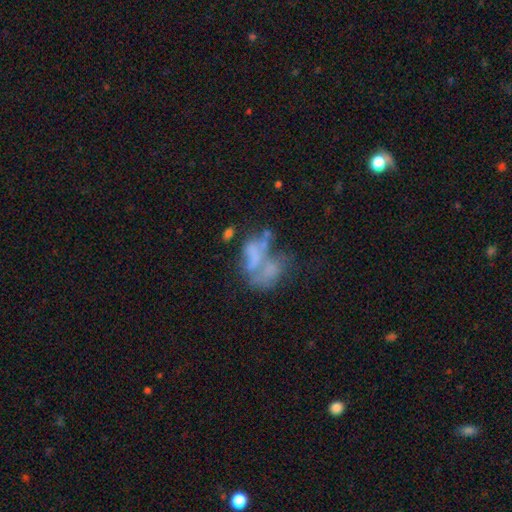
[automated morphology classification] smooth-or-featured: featured or disk: 49% | smooth: 36% | star or artifact: 14%
  merging: merger: 42% | major disturbance: 27% | none: 19% | minor disturbance: 12%